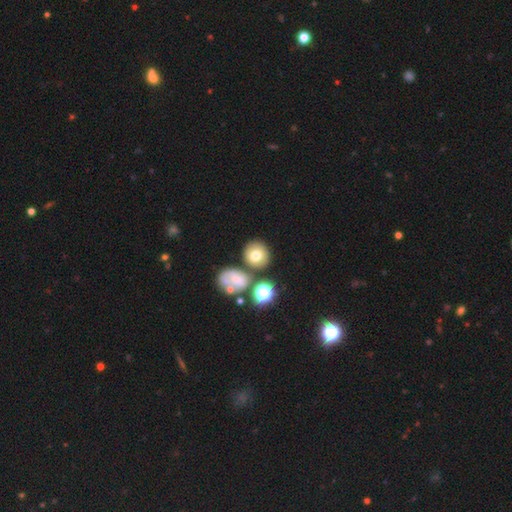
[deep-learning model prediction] Q: Smooth or featured?
A: smooth (68%); runner-up: featured or disk (18%)
Q: How rounded?
A: round (79%); runner-up: in between (20%)
Q: Merging?
A: none (66%); runner-up: merger (18%)